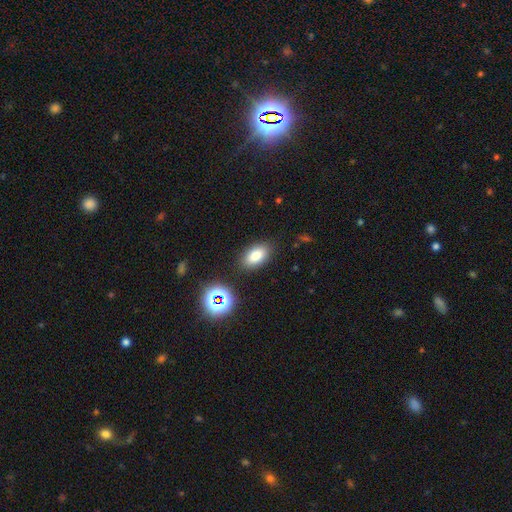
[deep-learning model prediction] Q: Smooth or featured?
A: smooth (80%); runner-up: star or artifact (12%)
Q: How rounded?
A: in between (90%); runner-up: round (7%)
Q: Merging?
A: none (85%); runner-up: minor disturbance (9%)